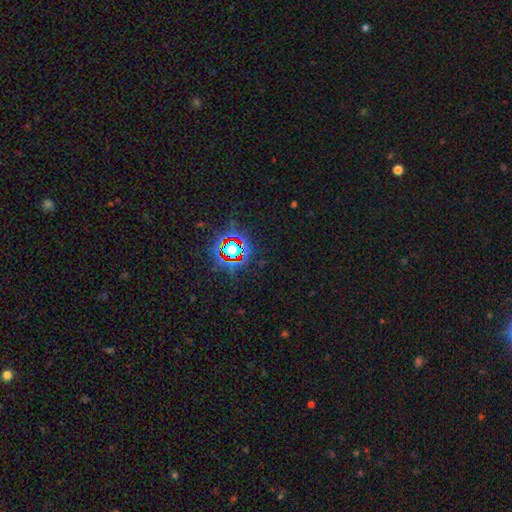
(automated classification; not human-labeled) Smooth or featured? star or artifact (78%)